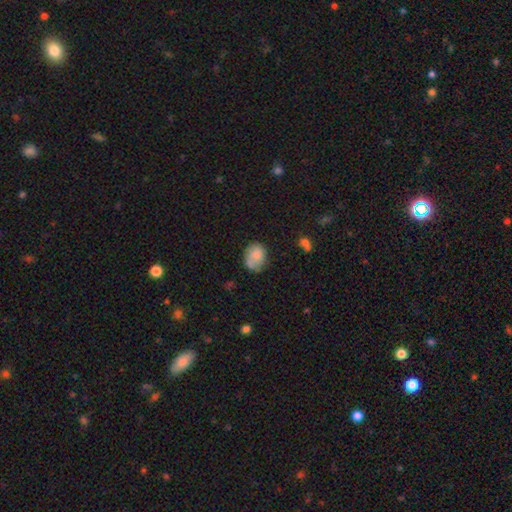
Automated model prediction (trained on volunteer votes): Smooth or featured? smooth (76%)
How rounded? in between (59%)
Merging? none (51%)